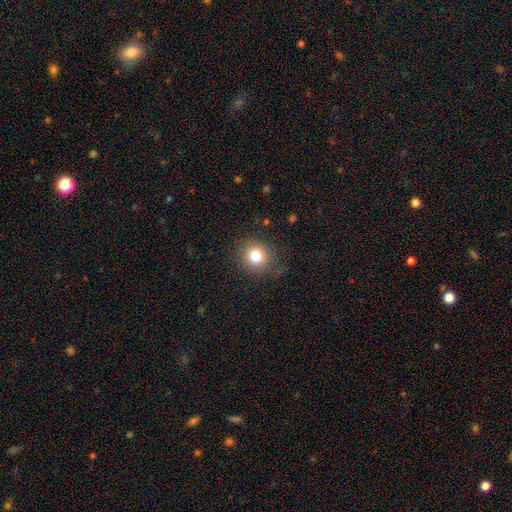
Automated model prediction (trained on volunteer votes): A smooth galaxy with no disk features (80%) that is round (88%).

Vote fractions:
- Smooth or featured? smooth: 80% / star or artifact: 12% / featured or disk: 8%
- How rounded? round: 88% / in between: 11% / cigar-shaped: 1%
- Merging? none: 85% / minor disturbance: 10% / major disturbance: 4% / merger: 1%